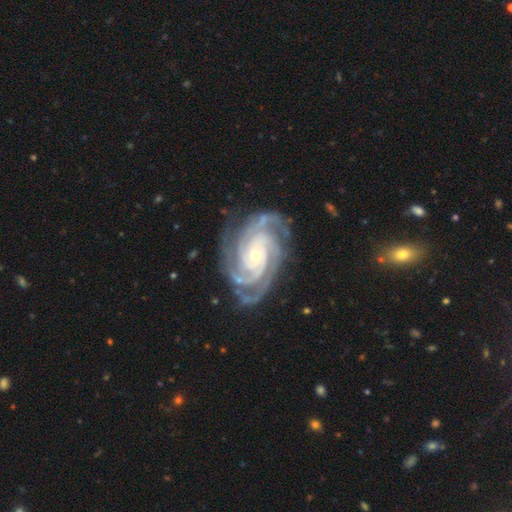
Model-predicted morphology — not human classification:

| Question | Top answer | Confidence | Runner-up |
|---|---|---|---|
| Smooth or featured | featured or disk | 94% | star or artifact (4%) |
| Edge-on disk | no | 98% | yes (2%) |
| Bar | no | 68% | weak (21%) |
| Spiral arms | yes | 99% | no (1%) |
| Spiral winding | tight | 74% | medium (23%) |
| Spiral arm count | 4 | 37% | 3 (28%) |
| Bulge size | small | 63% | moderate (34%) |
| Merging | none | 79% | minor disturbance (15%) |